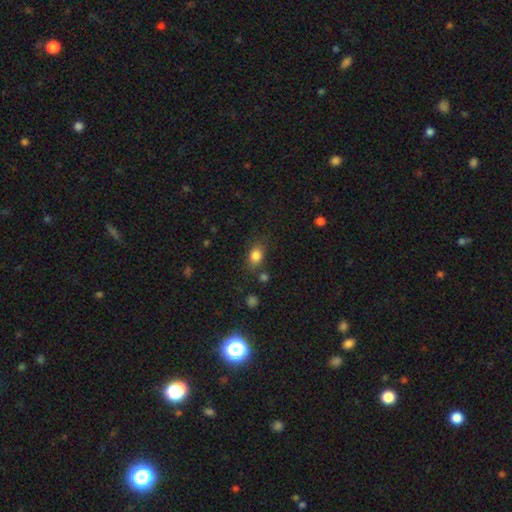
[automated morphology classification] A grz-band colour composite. It shows a smooth galaxy with no disk features (83%) that is in between round and cigar-shaped (74%). Merging: none (74%).